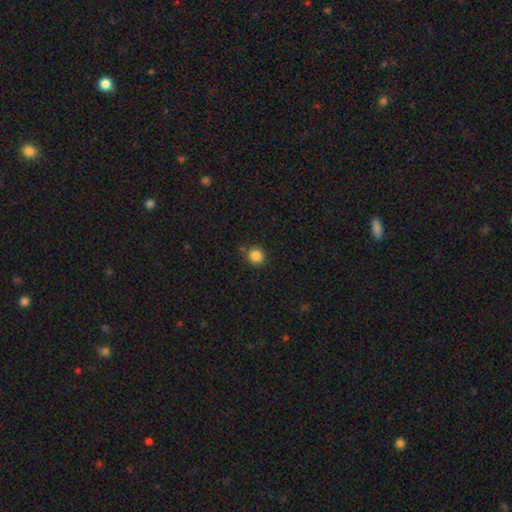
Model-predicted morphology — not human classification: Smooth or featured: smooth — 86% (star or artifact — 11%)
How rounded: round — 93% (in between — 6%)
Merging: none — 83% (minor disturbance — 9%)